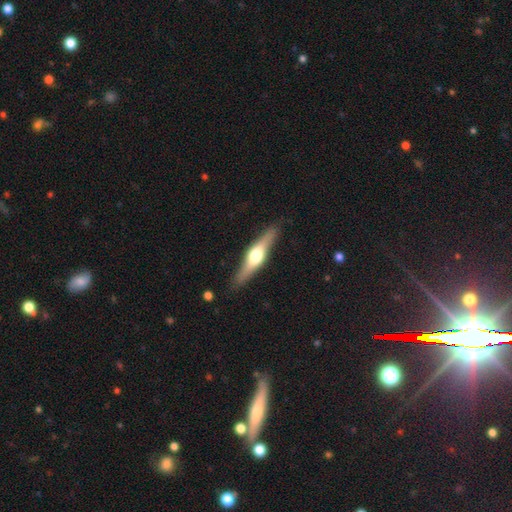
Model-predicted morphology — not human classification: Q: Smooth or featured?
A: featured or disk (64%); runner-up: smooth (31%)
Q: Edge-on disk?
A: yes (95%); runner-up: no (5%)
Q: Edge-on bulge?
A: rounded (92%); runner-up: boxy (5%)
Q: Merging?
A: none (86%); runner-up: minor disturbance (10%)